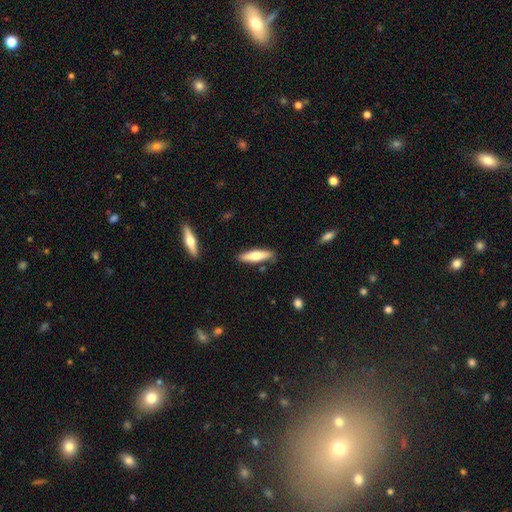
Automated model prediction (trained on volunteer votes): This is likely a smooth galaxy (63%). How rounded: likely cigar-shaped (73%). Merging: clearly none (85%).